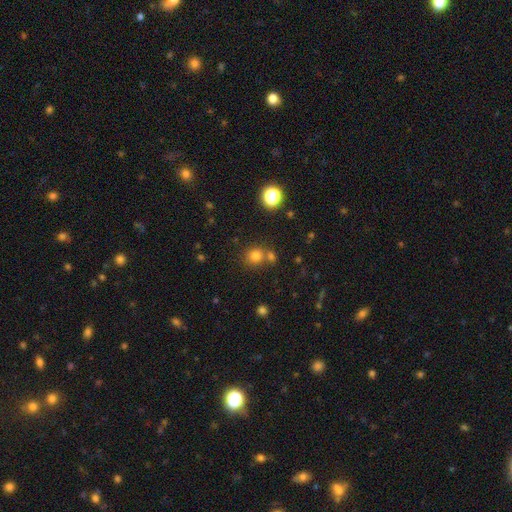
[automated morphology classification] Smooth or featured? smooth (77%)
How rounded? round (85%)
Merging? none (65%)